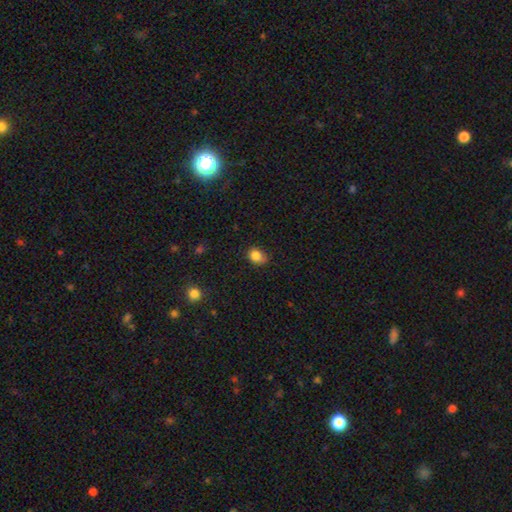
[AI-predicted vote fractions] smooth 83%, star or artifact 11%, featured or disk 6%. Down the decision tree: how rounded — round (54%); merging — none (64%).